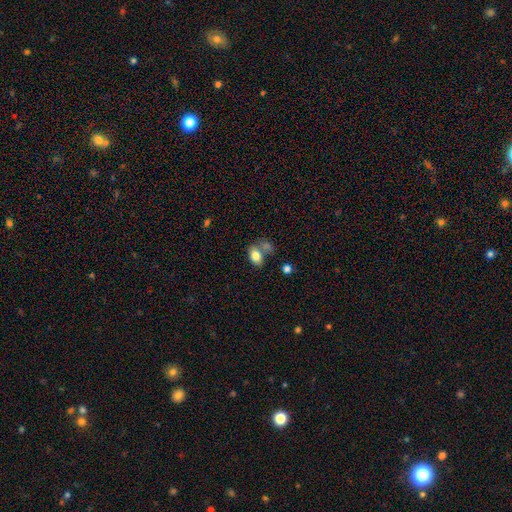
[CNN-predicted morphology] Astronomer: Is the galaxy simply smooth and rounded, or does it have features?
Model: smooth — 81%.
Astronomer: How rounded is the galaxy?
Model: in between — 85%.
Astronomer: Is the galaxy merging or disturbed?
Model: none — 45% (runner-up: merger, 33%).